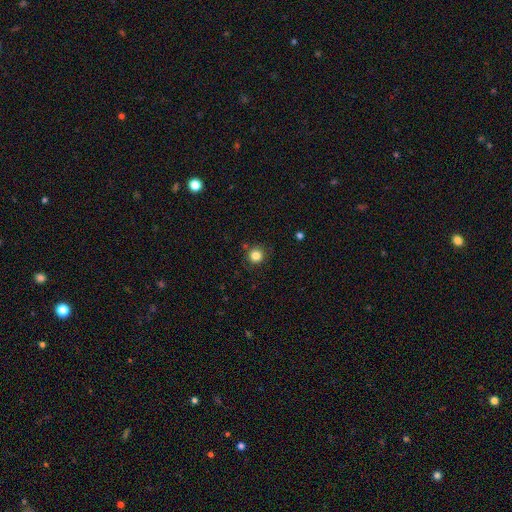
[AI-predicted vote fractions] Morphology: type=smooth (83%); roundness=round (93%); merging=none (85%).